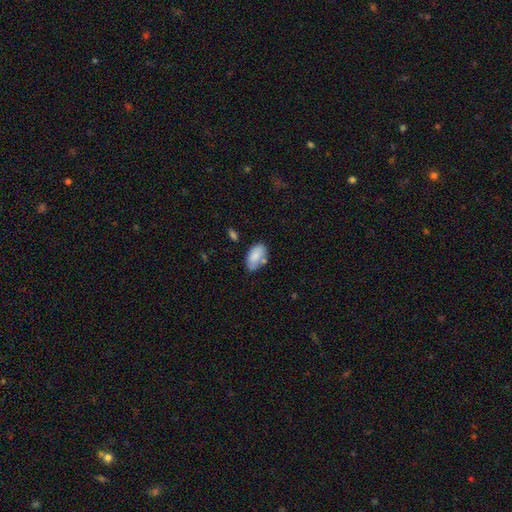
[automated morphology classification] Q: Smooth or featured?
A: smooth (82%); runner-up: featured or disk (11%)
Q: How rounded?
A: in between (94%); runner-up: round (5%)
Q: Merging?
A: none (62%); runner-up: minor disturbance (23%)